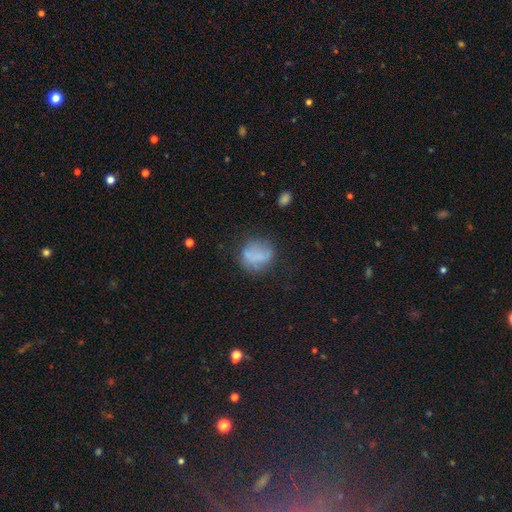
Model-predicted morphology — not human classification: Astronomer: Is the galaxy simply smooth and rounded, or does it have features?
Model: smooth — 67%.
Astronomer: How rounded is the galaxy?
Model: round — 72%.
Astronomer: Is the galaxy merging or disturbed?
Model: none — 59%.